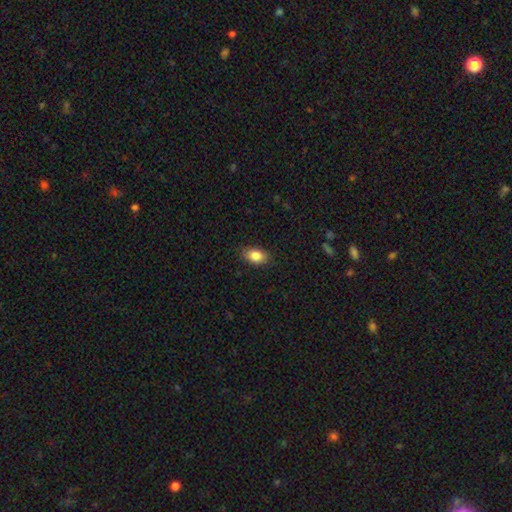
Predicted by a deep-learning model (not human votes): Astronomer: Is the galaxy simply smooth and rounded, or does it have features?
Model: smooth — 85%.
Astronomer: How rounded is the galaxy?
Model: in between — 84%.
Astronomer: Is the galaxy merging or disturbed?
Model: none — 85%.